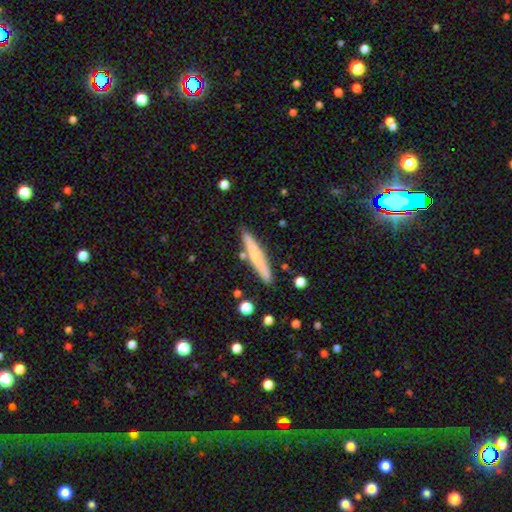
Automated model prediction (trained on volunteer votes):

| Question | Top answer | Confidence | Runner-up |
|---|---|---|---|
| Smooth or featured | smooth | 59% | featured or disk (35%) |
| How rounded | cigar-shaped | 93% | in between (6%) |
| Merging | none | 83% | minor disturbance (11%) |